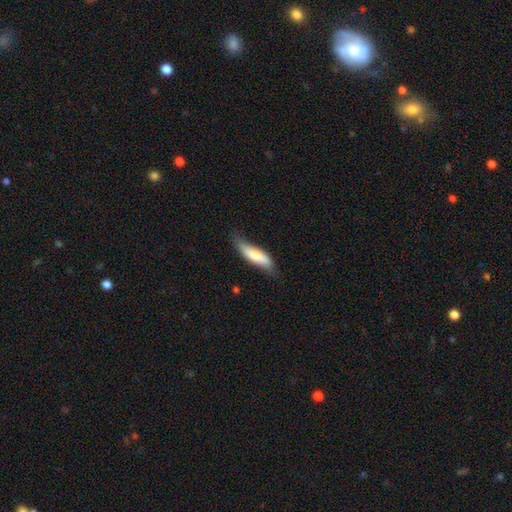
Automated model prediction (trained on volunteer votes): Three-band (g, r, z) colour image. It shows a smooth galaxy with no disk features (73%) that is cigar-shaped (57%). Merging: none (56%).